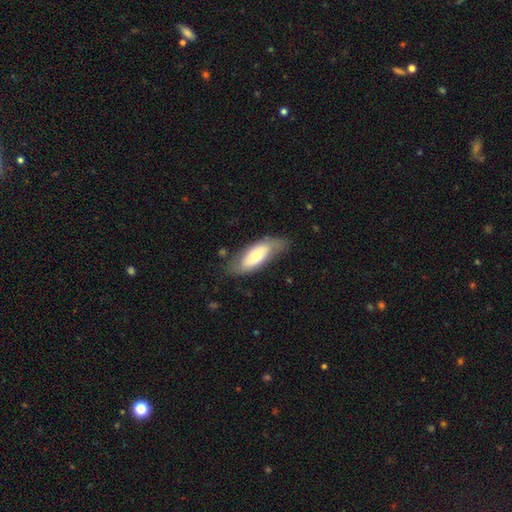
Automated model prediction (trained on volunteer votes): Overall: smooth (60%; featured or disk 34%). How rounded: in between (77%). Merging: none (67%).